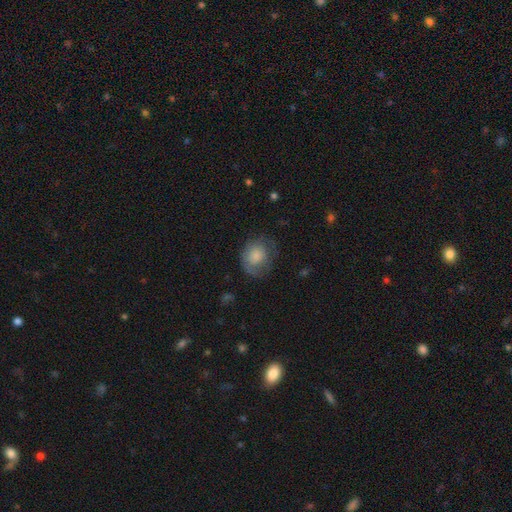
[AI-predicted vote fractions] A smooth galaxy with no disk features (77%) that is round (63%). Merging: none (55%).